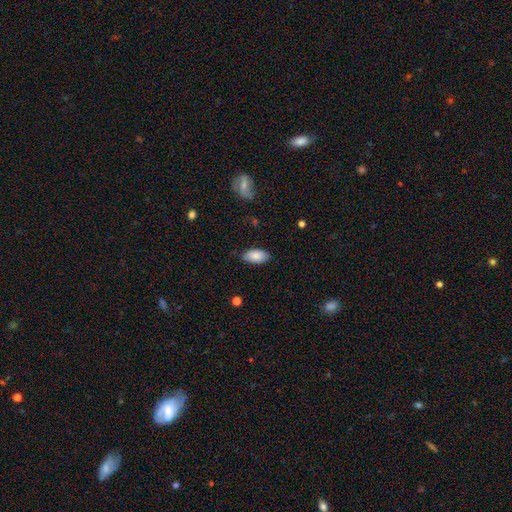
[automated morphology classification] Q: Smooth or featured?
A: smooth (86%); runner-up: featured or disk (8%)
Q: How rounded?
A: in between (94%); runner-up: cigar-shaped (4%)
Q: Merging?
A: none (83%); runner-up: minor disturbance (13%)